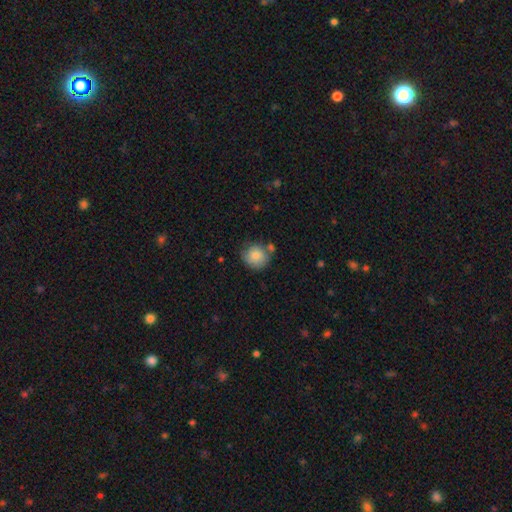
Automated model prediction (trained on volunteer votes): smooth-or-featured: smooth: 83% | featured or disk: 9% | star or artifact: 8%
  how-rounded: round: 89% | in between: 10% | cigar-shaped: 1%
  merging: none: 68% | minor disturbance: 16% | merger: 12% | major disturbance: 4%